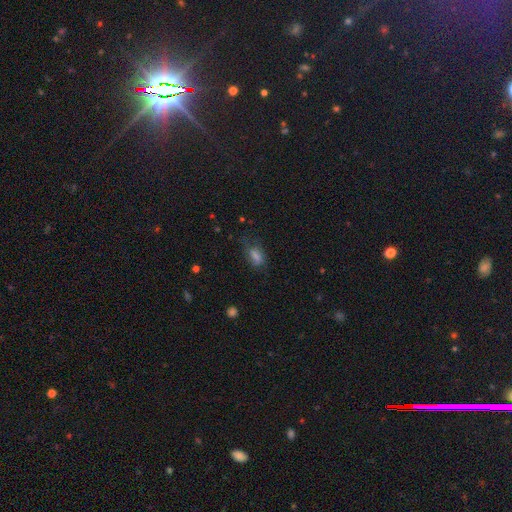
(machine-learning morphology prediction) Smooth or featured: smooth — 63% (star or artifact — 22%)
How rounded: in between — 81% (round — 11%)
Merging: none — 57% (minor disturbance — 26%)